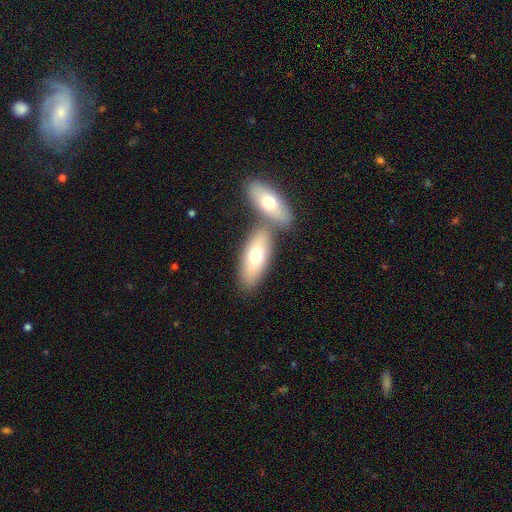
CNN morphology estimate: smooth_or_featured: smooth (p=0.68) [alt: featured or disk p=0.26]
how_rounded: in between (p=0.78) [alt: cigar-shaped p=0.19]
merging: none (p=0.54) [alt: merger p=0.35]